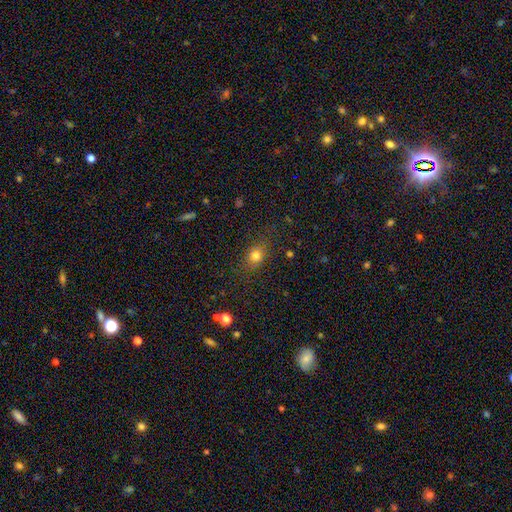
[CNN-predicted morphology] Q: Smooth or featured?
A: smooth (78%); runner-up: star or artifact (14%)
Q: How rounded?
A: round (55%); runner-up: in between (42%)
Q: Merging?
A: none (81%); runner-up: minor disturbance (12%)